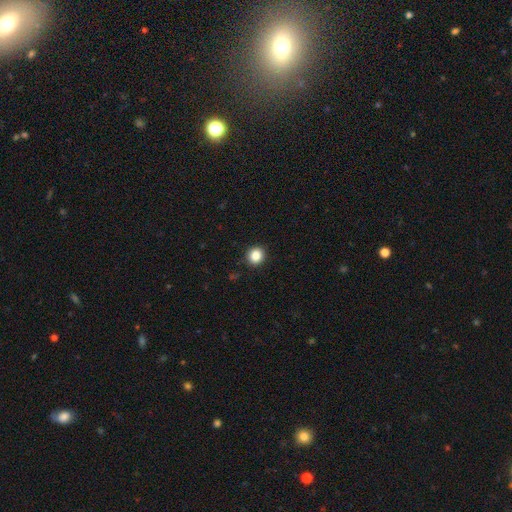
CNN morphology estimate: Q: Smooth or featured?
A: smooth (85%); runner-up: star or artifact (11%)
Q: How rounded?
A: round (92%); runner-up: in between (7%)
Q: Merging?
A: none (92%); runner-up: minor disturbance (5%)